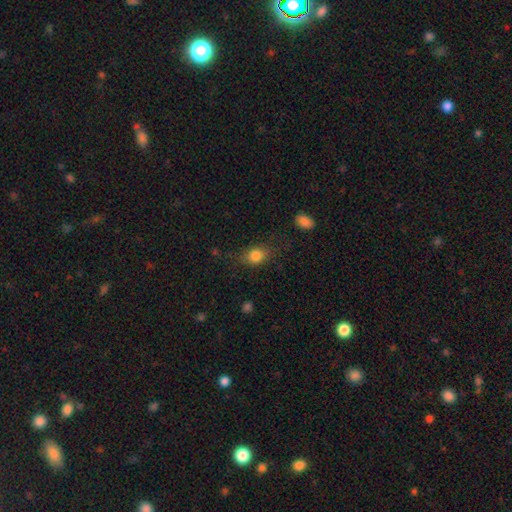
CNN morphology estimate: smooth_or_featured: smooth (p=0.82) [alt: star or artifact p=0.10]
how_rounded: in between (p=0.56) [alt: round p=0.41]
merging: none (p=0.69) [alt: minor disturbance p=0.20]